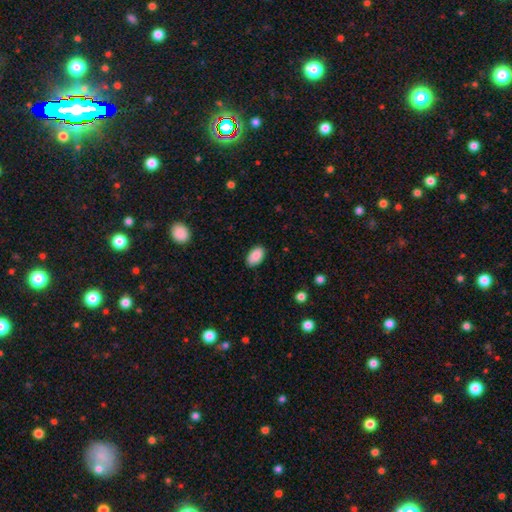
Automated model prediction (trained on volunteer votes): Morphology: type=smooth (89%); roundness=in between (93%); merging=none (87%).